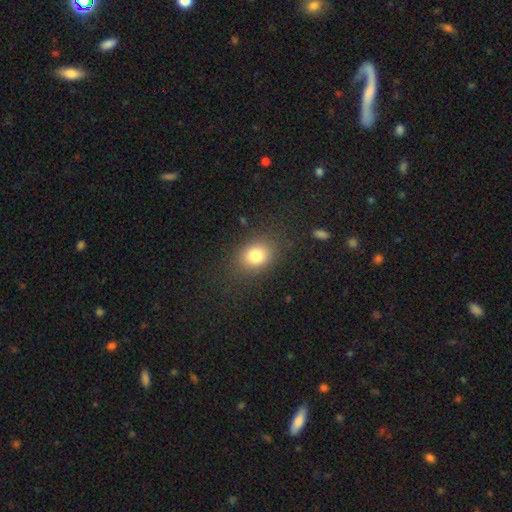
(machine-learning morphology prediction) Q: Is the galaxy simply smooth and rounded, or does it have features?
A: smooth — 79%.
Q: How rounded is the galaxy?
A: in between — 51%.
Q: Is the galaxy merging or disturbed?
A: none — 82%.